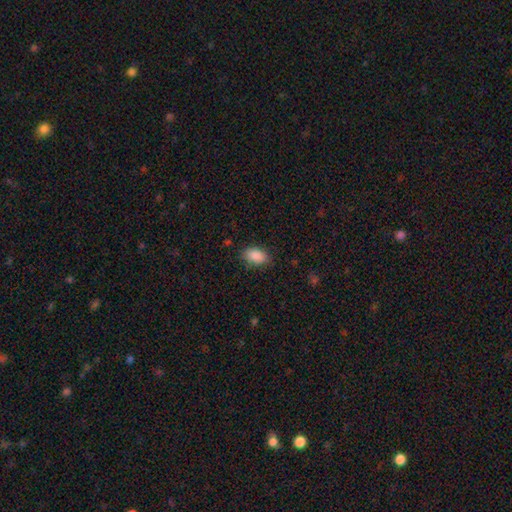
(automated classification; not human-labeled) Smooth or featured?
  - smooth: 89% *
  - star or artifact: 7%
  - featured or disk: 4%
How rounded?
  - in between: 90% *
  - round: 8%
  - cigar-shaped: 2%
Merging?
  - none: 83% *
  - minor disturbance: 13%
  - major disturbance: 3%
  - merger: 1%